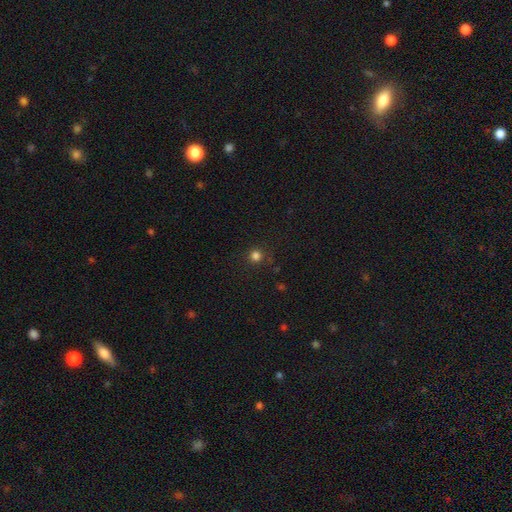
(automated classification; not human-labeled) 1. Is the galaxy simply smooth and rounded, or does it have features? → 80% smooth, 16% star or artifact, 4% featured or disk.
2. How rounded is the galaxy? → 94% round, 5% in between, 1% cigar-shaped.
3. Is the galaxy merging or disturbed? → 87% none, 8% minor disturbance, 3% major disturbance, 2% merger.